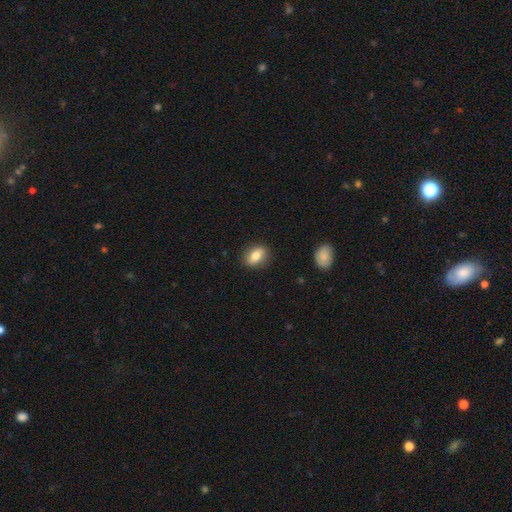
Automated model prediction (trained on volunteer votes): Morphology: type=smooth (75%); roundness=in between (73%); merging=none (87%).